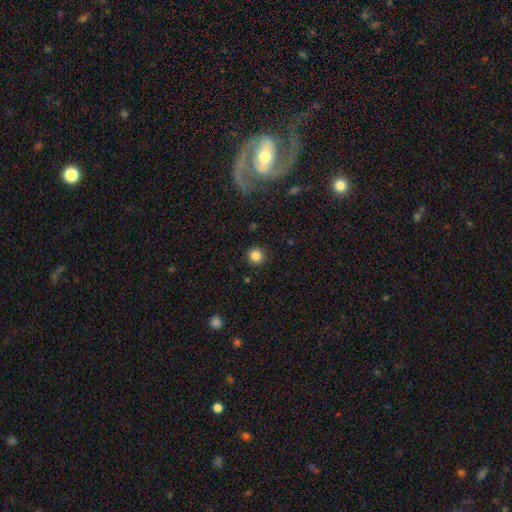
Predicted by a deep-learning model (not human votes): smooth-or-featured: smooth: 84% | star or artifact: 12% | featured or disk: 4%
  how-rounded: round: 94% | in between: 5% | cigar-shaped: 1%
  merging: none: 91% | minor disturbance: 6% | major disturbance: 2% | merger: 1%